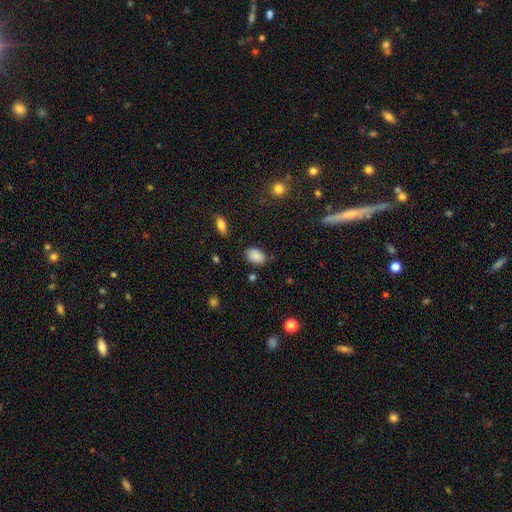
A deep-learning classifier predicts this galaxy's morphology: A smooth galaxy with no disk features (86%) that is in between round and cigar-shaped (86%).

Vote fractions:
- Smooth or featured? smooth: 86% / star or artifact: 8% / featured or disk: 5%
- How rounded? in between: 86% / round: 12% / cigar-shaped: 1%
- Merging? none: 79% / minor disturbance: 15% / major disturbance: 3% / merger: 2%